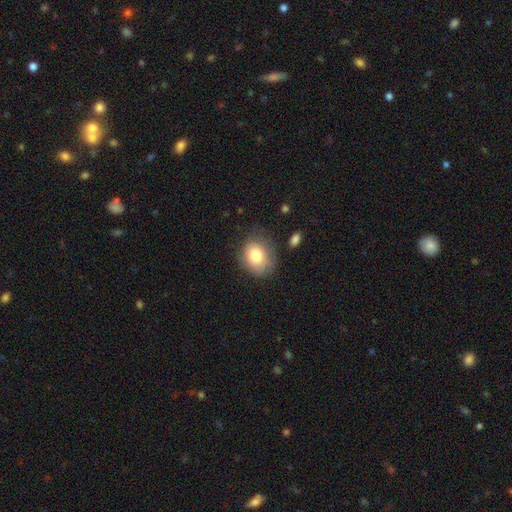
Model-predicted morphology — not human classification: Smooth or featured? smooth (80%)
How rounded? round (57%)
Merging? none (71%)